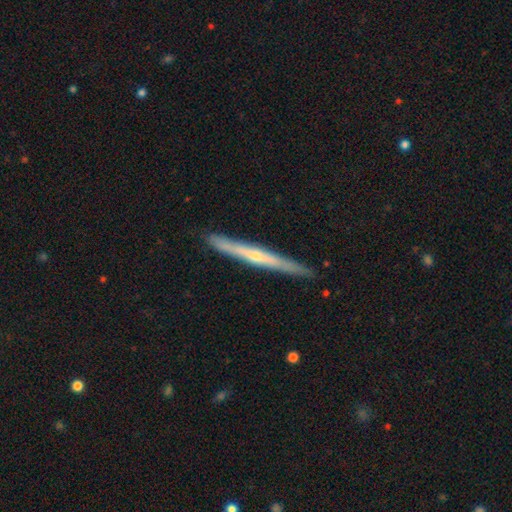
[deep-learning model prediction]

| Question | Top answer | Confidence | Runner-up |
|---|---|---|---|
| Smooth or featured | featured or disk | 65% | smooth (29%) |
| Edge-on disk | yes | 96% | no (4%) |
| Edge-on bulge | rounded | 55% | none (41%) |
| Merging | none | 90% | minor disturbance (8%) |